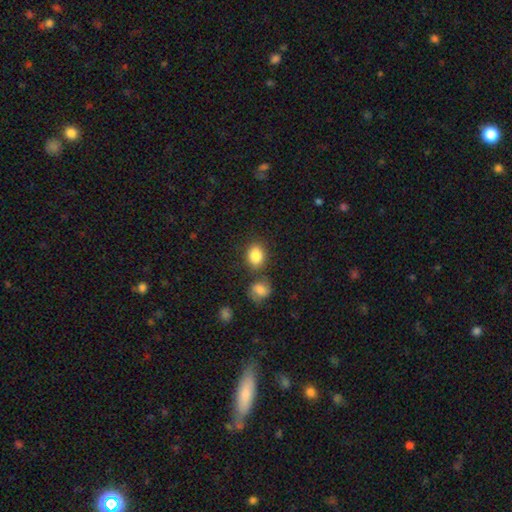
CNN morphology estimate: Smooth or featured? smooth (85%)
How rounded? in between (52%)
Merging? none (71%)